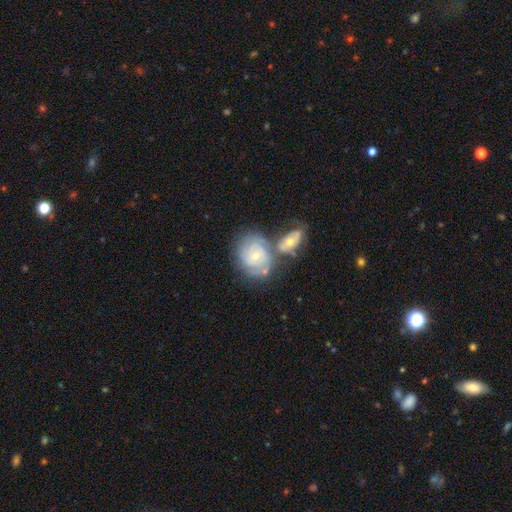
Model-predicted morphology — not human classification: Smooth or featured?
  - featured or disk: 76% *
  - smooth: 18%
  - star or artifact: 6%
Edge-on disk?
  - no: 97% *
  - yes: 3%
Bar?
  - no: 70% *
  - weak: 26%
  - strong: 5%
Spiral arms?
  - yes: 91% *
  - no: 9%
Spiral winding?
  - tight: 70% *
  - medium: 25%
  - loose: 6%
Spiral arm count?
  - 2: 37% *
  - can't tell: 33%
  - 3: 17%
  - 4: 5%
  - 1: 4%
  - more than 4: 3%
Bulge size?
  - small: 61% *
  - moderate: 36%
  - large: 1%
  - none: 1%
  - dominant: 1%
Merging?
  - none: 43% *
  - merger: 36%
  - minor disturbance: 14%
  - major disturbance: 6%